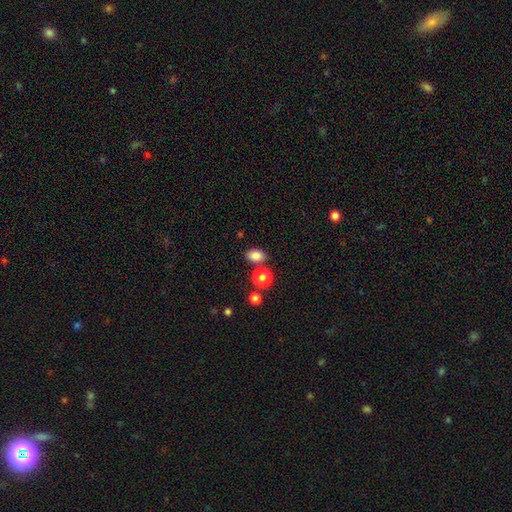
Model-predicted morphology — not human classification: Smooth or featured?
  - smooth: 84% *
  - star or artifact: 11%
  - featured or disk: 5%
How rounded?
  - in between: 74% *
  - round: 25%
  - cigar-shaped: 1%
Merging?
  - none: 76% *
  - minor disturbance: 11%
  - merger: 10%
  - major disturbance: 3%